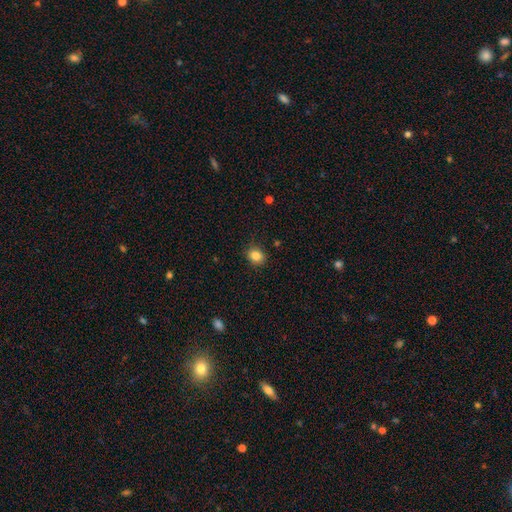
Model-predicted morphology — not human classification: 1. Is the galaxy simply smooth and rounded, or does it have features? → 84% smooth, 10% star or artifact, 5% featured or disk.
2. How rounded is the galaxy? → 59% round, 40% in between, 1% cigar-shaped.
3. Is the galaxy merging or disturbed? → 87% none, 10% minor disturbance, 2% major disturbance, 1% merger.